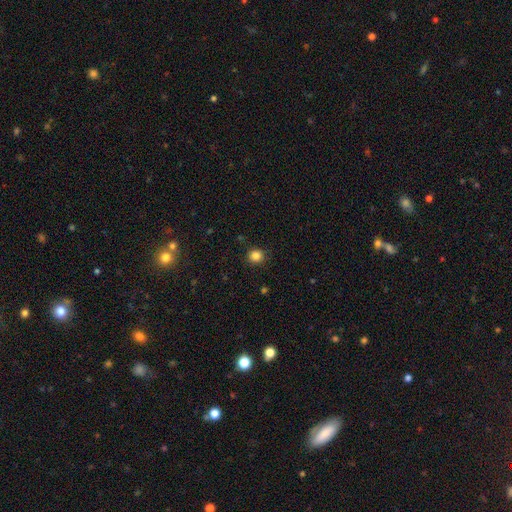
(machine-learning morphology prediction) Q: Smooth or featured?
A: smooth (84%); runner-up: star or artifact (12%)
Q: How rounded?
A: round (90%); runner-up: in between (10%)
Q: Merging?
A: none (89%); runner-up: minor disturbance (7%)